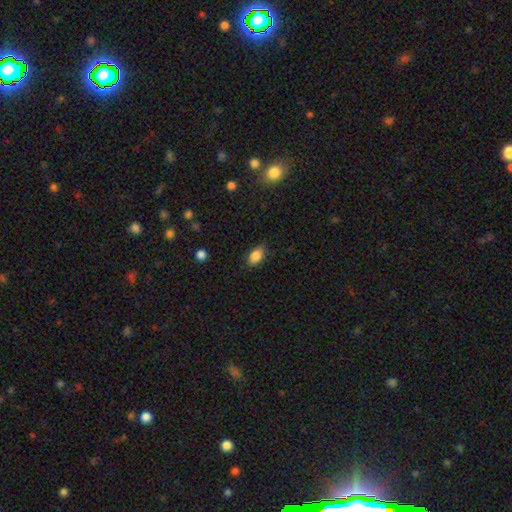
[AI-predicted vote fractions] This is clearly a smooth galaxy (86%). How rounded: clearly in between (88%). Merging: likely none (80%).